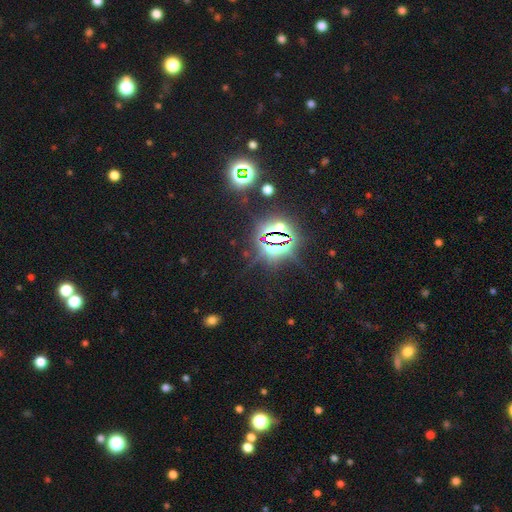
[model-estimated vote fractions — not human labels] Q: Smooth or featured?
A: star or artifact (82%); runner-up: smooth (11%)